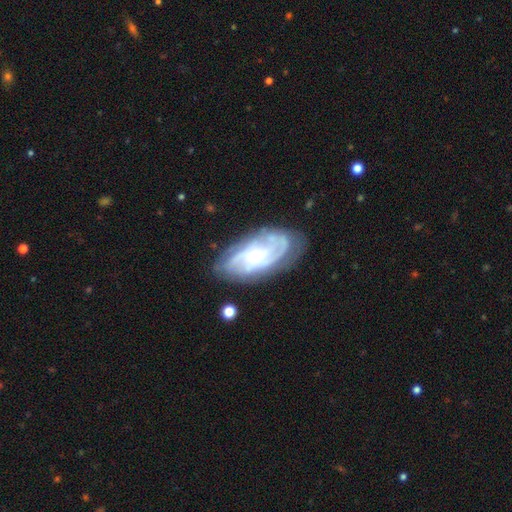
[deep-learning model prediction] Smooth or featured? Predicted: featured or disk (p=0.79). Edge-on disk? Predicted: no (p=0.94). Bar? Predicted: no (p=0.65). Spiral arms? Predicted: yes (p=0.93). Spiral winding? Predicted: tight (p=0.55). Spiral arm count? Predicted: can't tell (p=0.36). Bulge size? Predicted: small (p=0.59). Merging? Predicted: none (p=0.73).